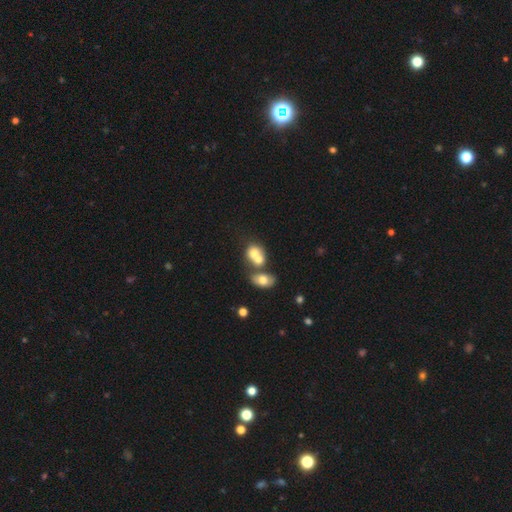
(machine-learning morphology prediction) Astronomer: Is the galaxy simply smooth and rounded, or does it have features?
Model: smooth — 70%.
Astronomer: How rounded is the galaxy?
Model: in between — 50% (runner-up: round, 49%).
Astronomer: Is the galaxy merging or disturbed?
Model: merger — 64%.